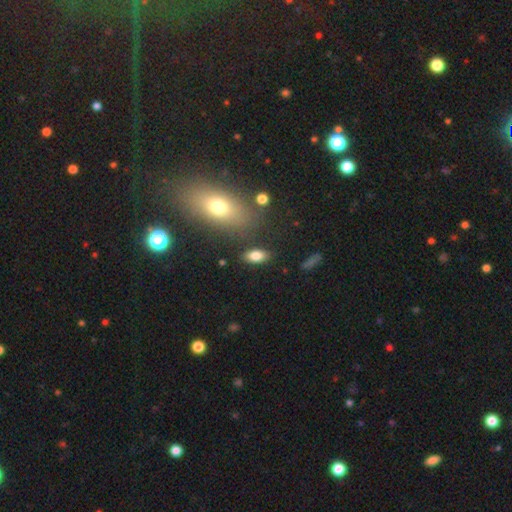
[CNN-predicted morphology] Smooth or featured?
  - smooth: 81% *
  - featured or disk: 10%
  - star or artifact: 9%
How rounded?
  - in between: 89% *
  - cigar-shaped: 6%
  - round: 5%
Merging?
  - none: 83% *
  - minor disturbance: 10%
  - merger: 3%
  - major disturbance: 3%